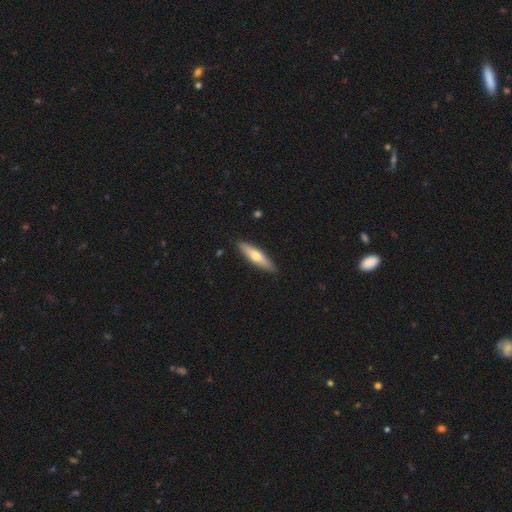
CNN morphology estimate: A smooth galaxy with no disk features (57%) that is cigar-shaped (71%). Merging: none (89%).